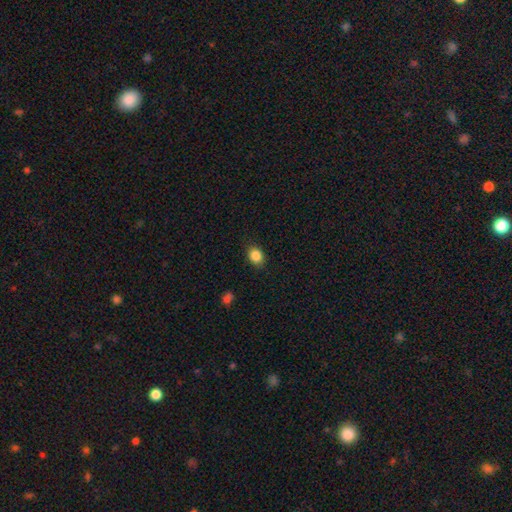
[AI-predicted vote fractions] A smooth galaxy with no disk features (86%) that is in between round and cigar-shaped (52%). Merging: none (86%).